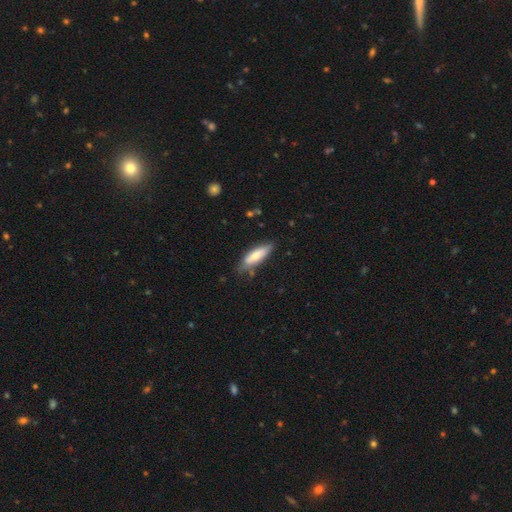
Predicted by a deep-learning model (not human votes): This is likely a smooth galaxy (70%). How rounded: possibly cigar-shaped (52%). Merging: likely none (69%).